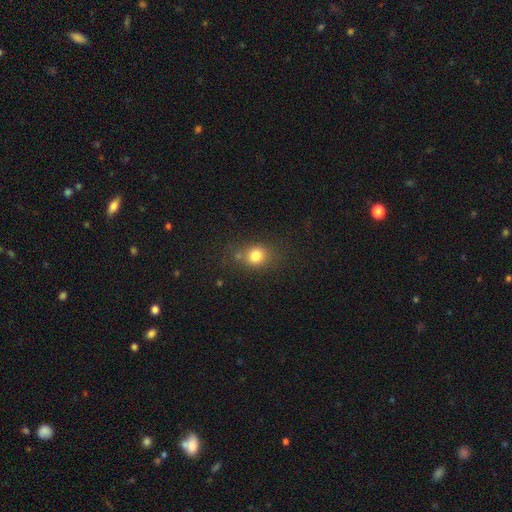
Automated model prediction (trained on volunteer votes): smooth_or_featured: smooth (p=0.79) [alt: star or artifact p=0.13]
how_rounded: round (p=0.65) [alt: in between p=0.33]
merging: none (p=0.67) [alt: minor disturbance p=0.17]